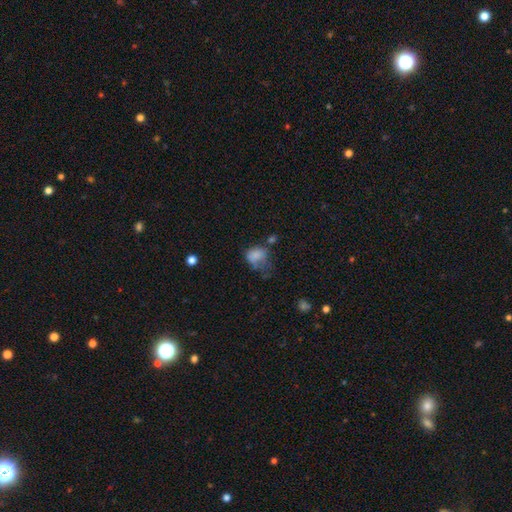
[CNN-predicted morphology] A smooth galaxy with no disk features (71%) that is in between round and cigar-shaped (64%).

Vote fractions:
- Smooth or featured? smooth: 71% / featured or disk: 17% / star or artifact: 12%
- How rounded? in between: 64% / round: 35% / cigar-shaped: 1%
- Merging? major disturbance: 38% / minor disturbance: 27% / none: 23% / merger: 12%